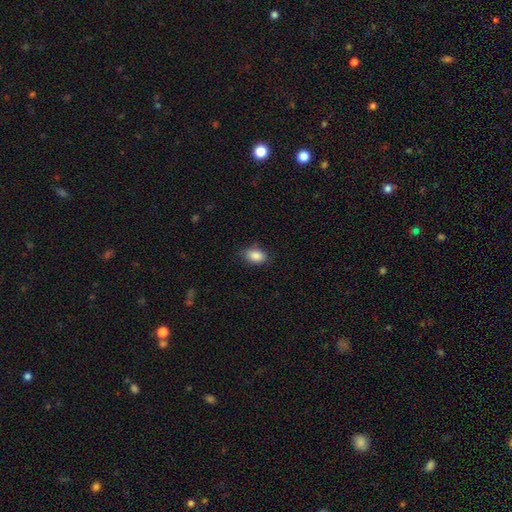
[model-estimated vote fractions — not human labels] Overall: smooth (88%). How rounded: in between (87%). Merging: none (80%).